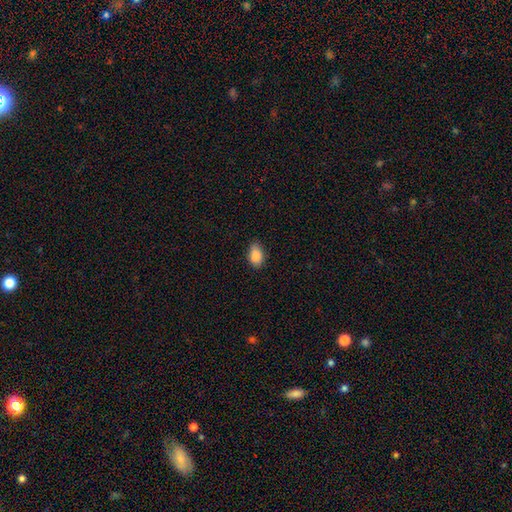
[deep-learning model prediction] Q: Smooth or featured?
A: smooth (87%); runner-up: star or artifact (8%)
Q: How rounded?
A: in between (89%); runner-up: round (9%)
Q: Merging?
A: none (76%); runner-up: minor disturbance (20%)